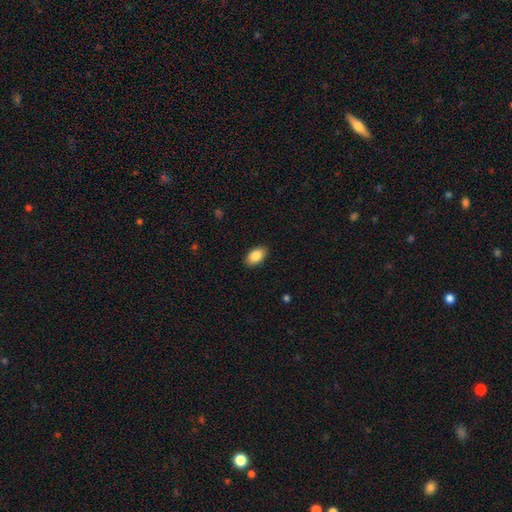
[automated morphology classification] This appears to be a smooth galaxy with no disk features (87%) that is in between round and cigar-shaped (93%). Merging: none (89%).